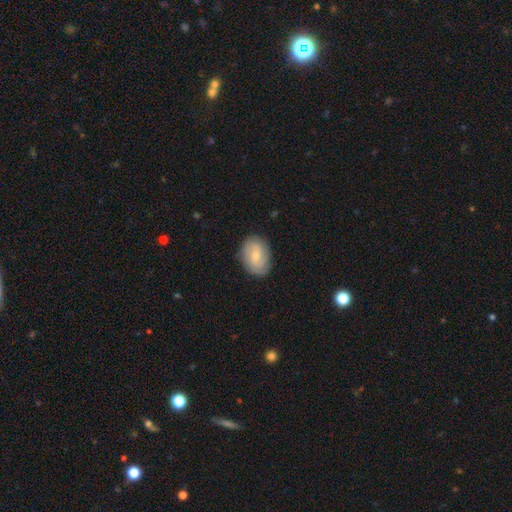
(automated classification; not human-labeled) Q: Smooth or featured?
A: smooth (54%); runner-up: featured or disk (39%)
Q: How rounded?
A: in between (79%); runner-up: round (20%)
Q: Merging?
A: none (83%); runner-up: minor disturbance (13%)